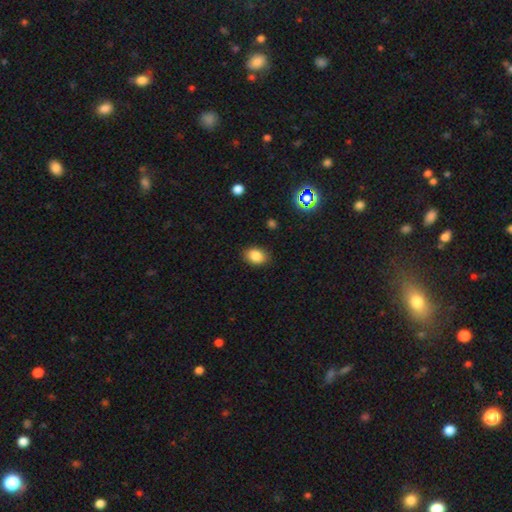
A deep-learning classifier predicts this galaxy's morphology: type=smooth (84%); roundness=in between (72%); merging=none (86%).